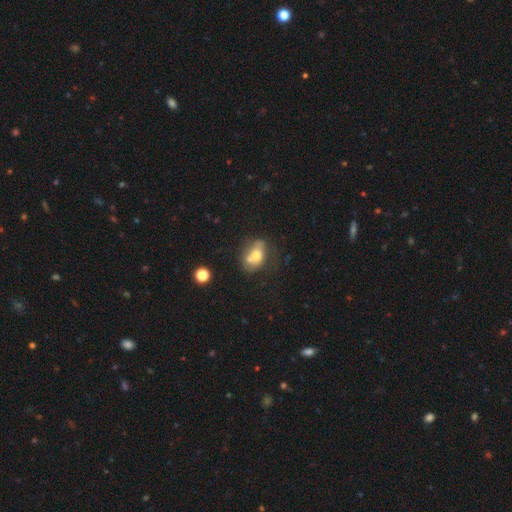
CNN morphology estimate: Overall: smooth (61%; featured or disk 29%). How rounded: in between (73%). Merging: none (41%; merger 29%).